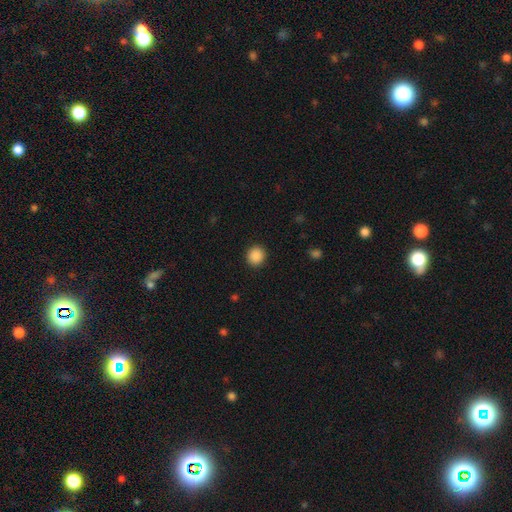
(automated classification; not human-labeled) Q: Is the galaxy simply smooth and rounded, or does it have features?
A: smooth — 89%.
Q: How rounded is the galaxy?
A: round — 91%.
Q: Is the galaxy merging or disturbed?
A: none — 92%.